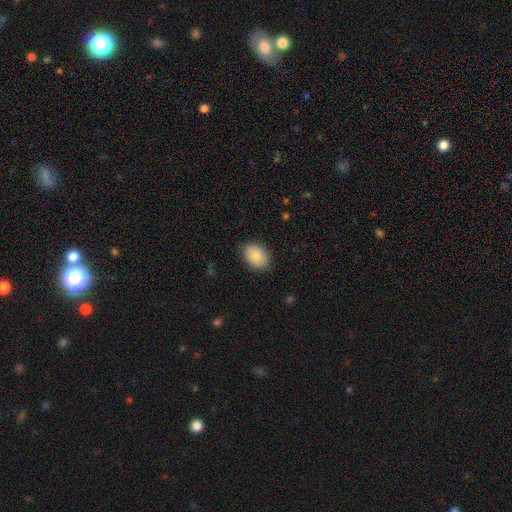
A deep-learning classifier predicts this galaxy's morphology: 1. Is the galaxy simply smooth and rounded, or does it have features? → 85% smooth, 8% featured or disk, 7% star or artifact.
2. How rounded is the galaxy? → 73% in between, 26% round, 1% cigar-shaped.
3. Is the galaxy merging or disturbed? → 84% none, 12% minor disturbance, 3% major disturbance, 1% merger.